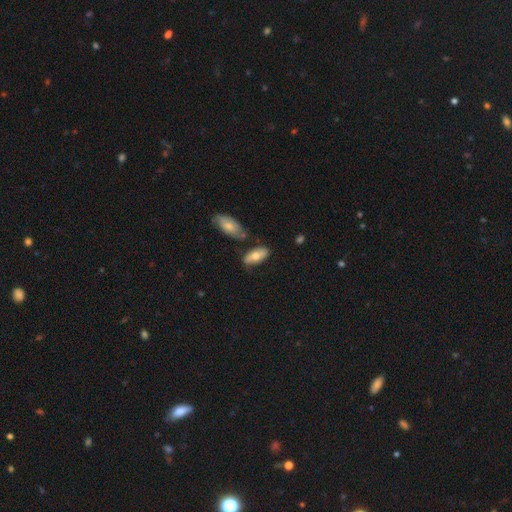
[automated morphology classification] The model was most divided on "smooth or featured": smooth: 65%, featured or disk: 29%, star or artifact: 7%. More confident: how rounded — in between (86%); merging — none (65%).